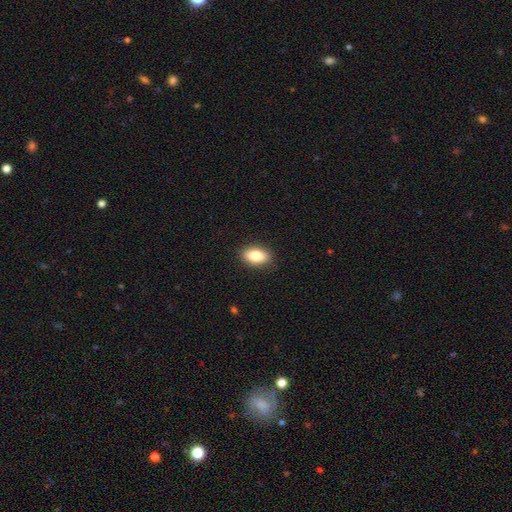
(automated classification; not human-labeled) Overall: smooth (83%). How rounded: in between (89%). Merging: none (88%).